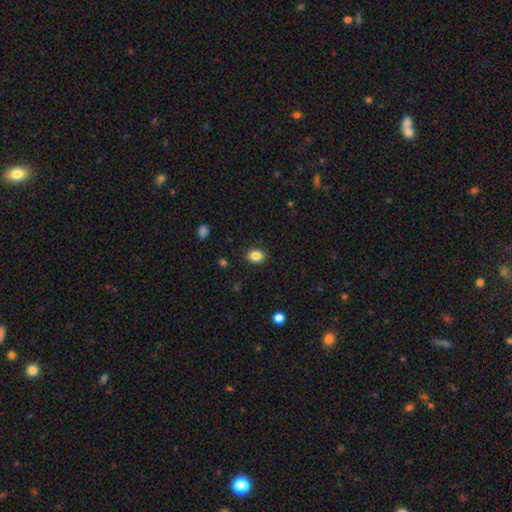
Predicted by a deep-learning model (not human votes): Overall: smooth (85%). How rounded: round (51%; in between 48%). Merging: none (89%).